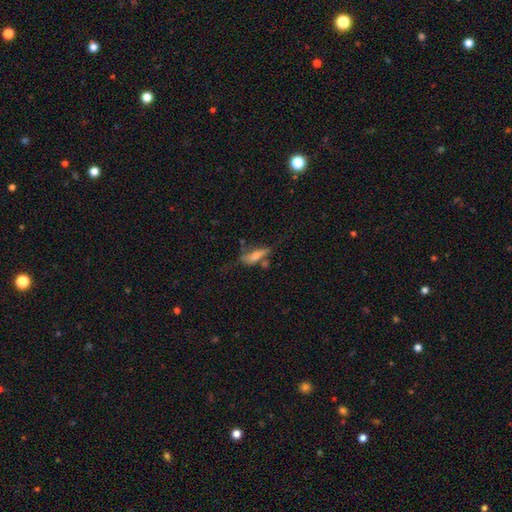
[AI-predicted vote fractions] The model was most divided on "merging": none: 35%, minor disturbance: 24%, major disturbance: 22%, merger: 19%. More confident: smooth or featured — smooth (61%); how rounded — in between (59%).